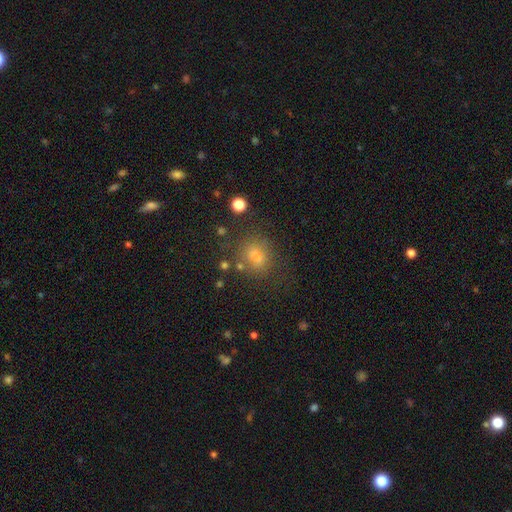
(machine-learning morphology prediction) The model was most divided on "how rounded": in between: 56%, round: 41%, cigar-shaped: 3%. More confident: smooth or featured — smooth (71%); merging — none (69%).